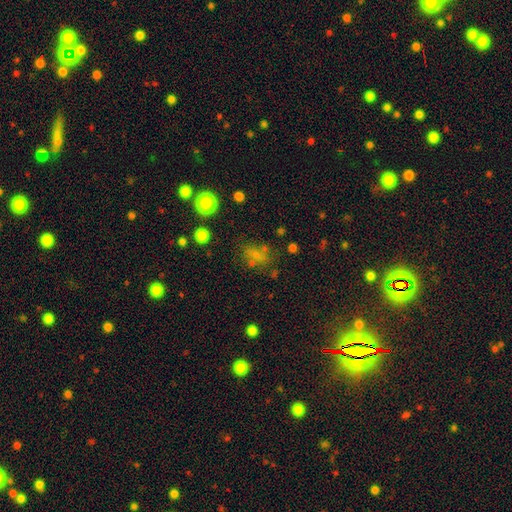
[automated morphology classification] A smooth galaxy with no disk features (60%) that is in between round and cigar-shaped (64%). Merging: none (59%).